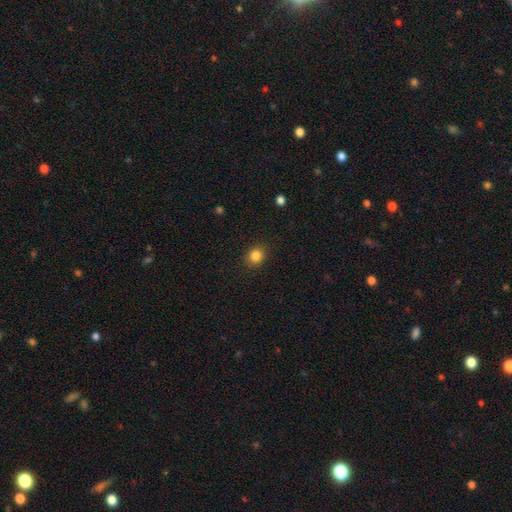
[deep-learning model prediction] Smooth or featured? Predicted: smooth (p=0.85). How rounded? Predicted: round (p=0.76). Merging? Predicted: none (p=0.89).